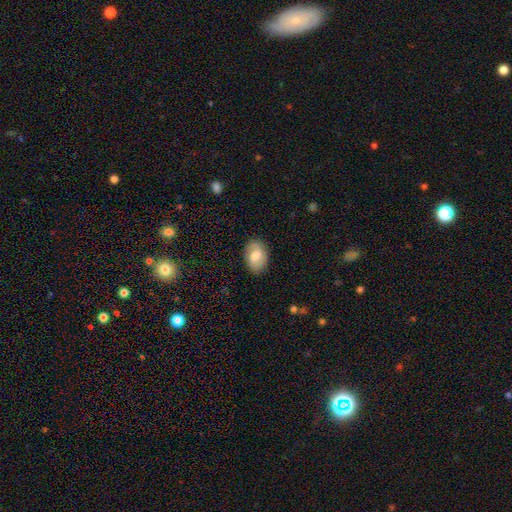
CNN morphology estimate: Smooth or featured? smooth (66%)
How rounded? in between (85%)
Merging? none (83%)